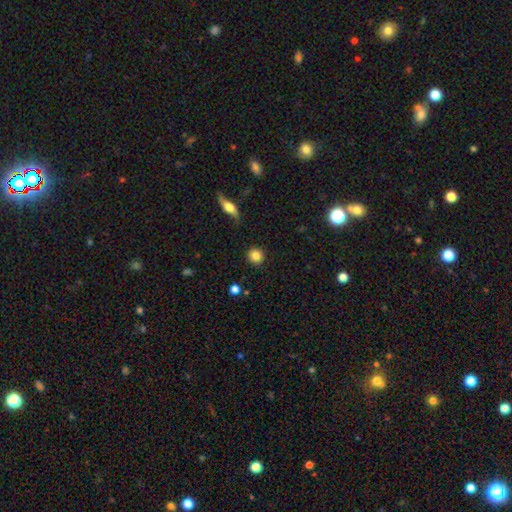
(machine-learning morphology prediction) smooth 85%, star or artifact 9%, featured or disk 6%. Down the decision tree: how rounded — round (92%); merging — none (90%).